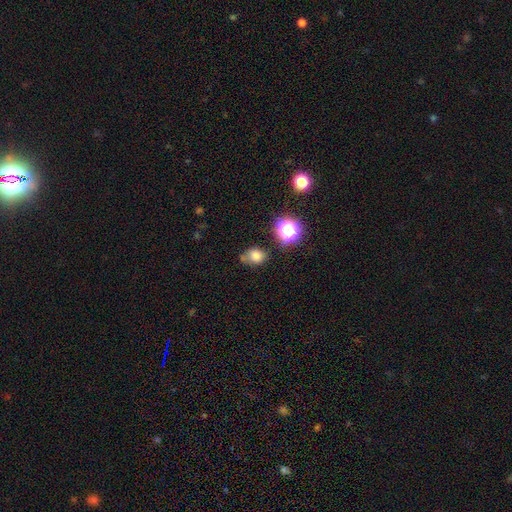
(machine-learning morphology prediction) Overall: smooth (76%). How rounded: round (52%; in between 47%). Merging: none (56%; minor disturbance 27%).